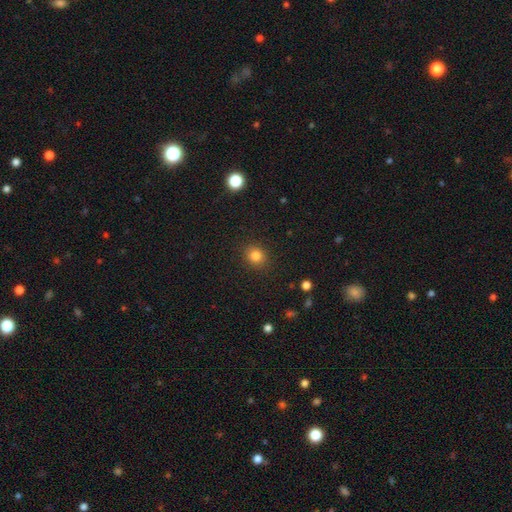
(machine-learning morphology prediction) Smooth or featured: smooth — 82% (star or artifact — 12%)
How rounded: round — 80% (in between — 19%)
Merging: none — 90% (minor disturbance — 7%)